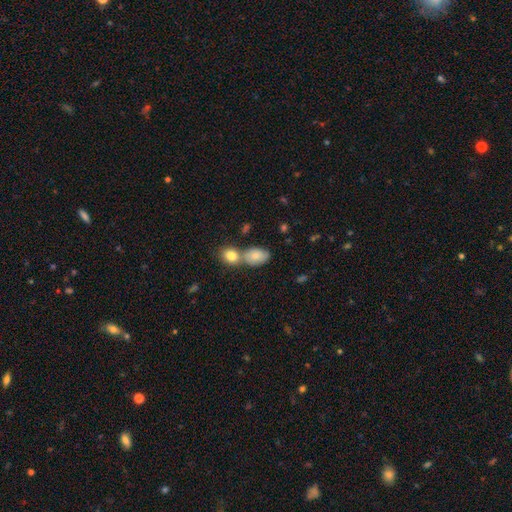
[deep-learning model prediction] Smooth or featured: smooth — 80% (featured or disk — 12%)
How rounded: in between — 87% (round — 12%)
Merging: merger — 46% (none — 39%)